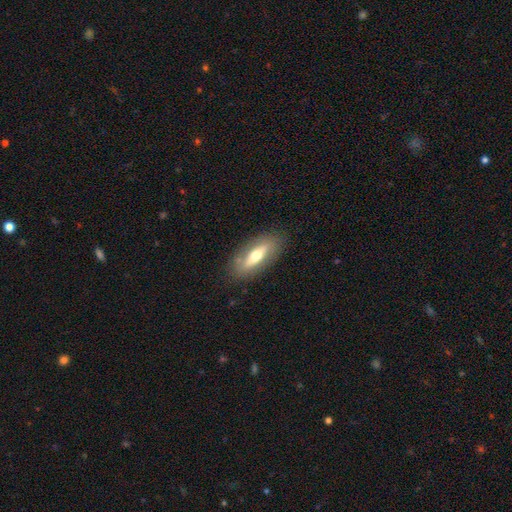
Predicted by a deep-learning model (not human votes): Morphology: type=smooth (50%); roundness=in between (63%); merging=none (83%).